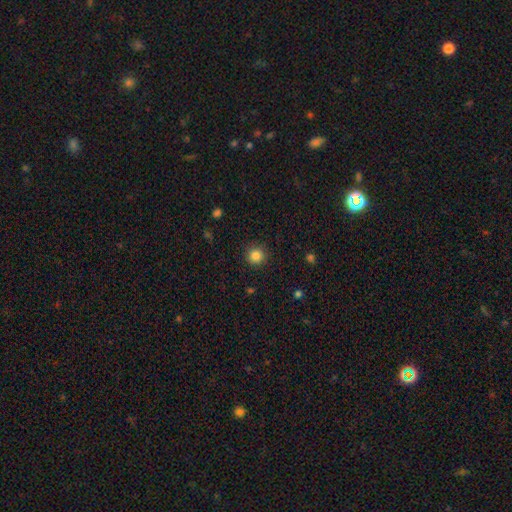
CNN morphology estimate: Smooth or featured?
  - smooth: 84% *
  - star or artifact: 12%
  - featured or disk: 4%
How rounded?
  - round: 94% *
  - in between: 6%
  - cigar-shaped: 1%
Merging?
  - none: 91% *
  - minor disturbance: 6%
  - major disturbance: 2%
  - merger: 1%